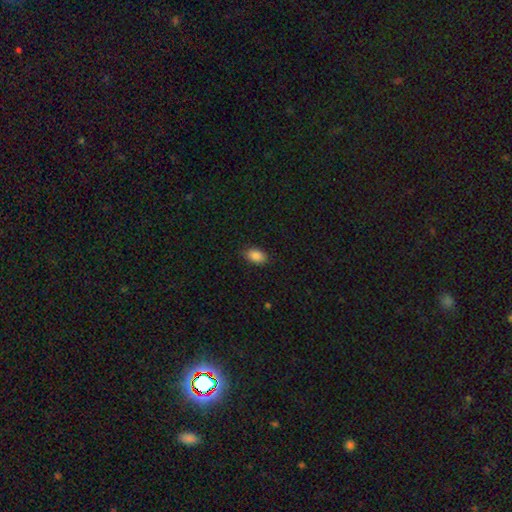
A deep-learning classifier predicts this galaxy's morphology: Smooth or featured? Predicted: smooth (p=0.88). How rounded? Predicted: in between (p=0.91). Merging? Predicted: none (p=0.87).